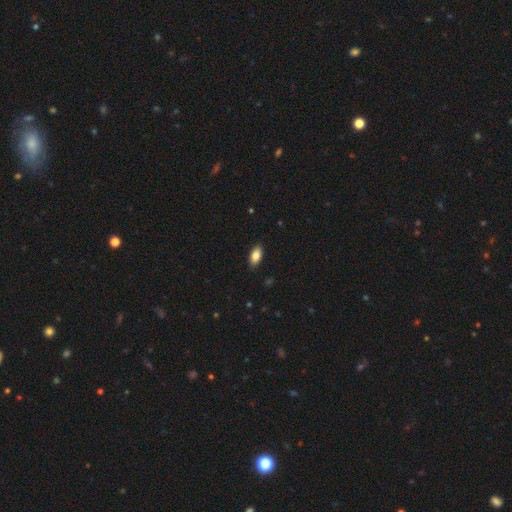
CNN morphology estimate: Smooth or featured? Predicted: smooth (p=0.83). How rounded? Predicted: in between (p=0.92). Merging? Predicted: none (p=0.88).